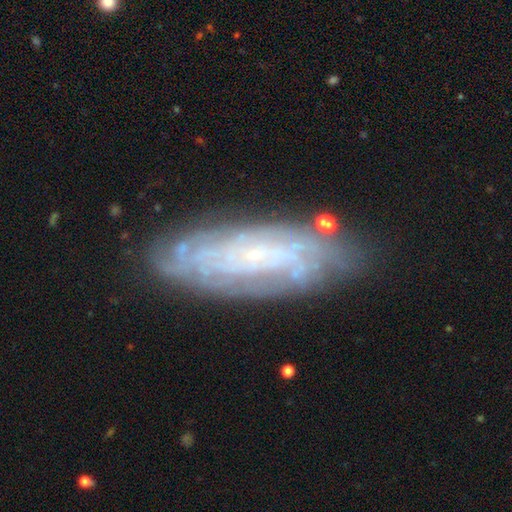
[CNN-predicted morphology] A featured or disk galaxy (79%) with no bar (69%), tight (77%) spiral arms (90%) and a small central bulge (83%).

Vote fractions:
- Smooth or featured? featured or disk: 79% / smooth: 14% / star or artifact: 8%
- Edge-on disk? no: 86% / yes: 14%
- Bar? no: 69% / weak: 23% / strong: 8%
- Spiral arms? yes: 90% / no: 10%
- Spiral winding? tight: 77% / medium: 18% / loose: 5%
- Spiral arm count? can't tell: 55% / 4: 11% / 2: 10% / more than 4: 10% / 3: 9% / 1: 5%
- Bulge size? small: 83% / moderate: 8% / none: 6% / large: 1% / dominant: 1%
- Merging? none: 78% / minor disturbance: 15% / major disturbance: 4% / merger: 2%